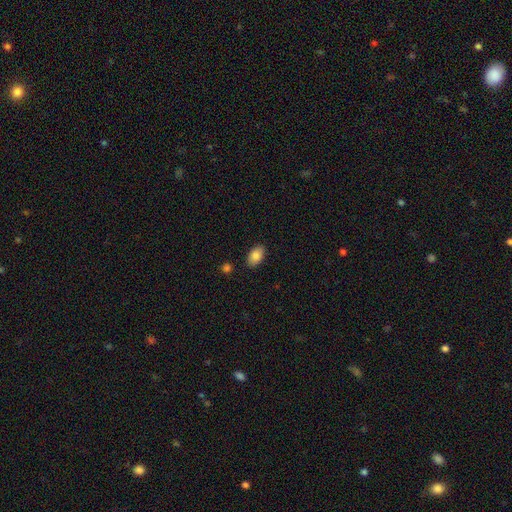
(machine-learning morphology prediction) smooth_or_featured: smooth (p=0.85) [alt: featured or disk p=0.08]
how_rounded: in between (p=0.92) [alt: round p=0.06]
merging: none (p=0.87) [alt: minor disturbance p=0.09]